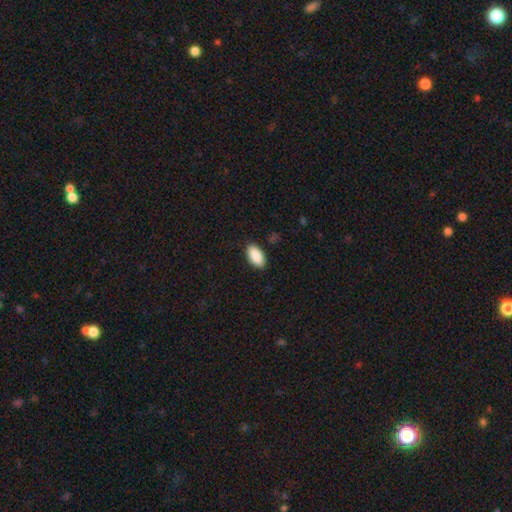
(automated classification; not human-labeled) Q: Smooth or featured?
A: smooth (90%); runner-up: star or artifact (6%)
Q: How rounded?
A: in between (94%); runner-up: cigar-shaped (4%)
Q: Merging?
A: none (88%); runner-up: minor disturbance (9%)